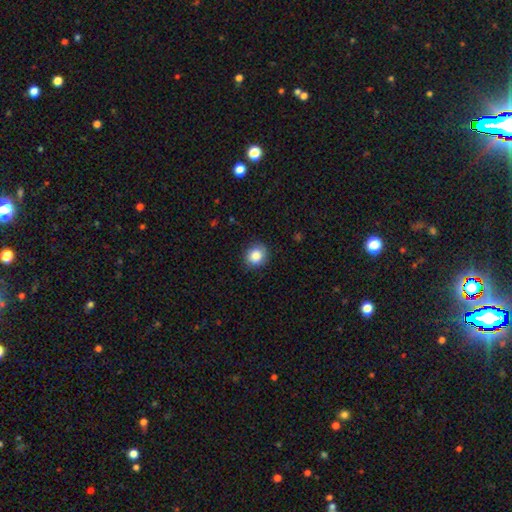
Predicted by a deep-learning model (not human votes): This is clearly a smooth galaxy (86%). How rounded: clearly round (82%). Merging: clearly none (84%).